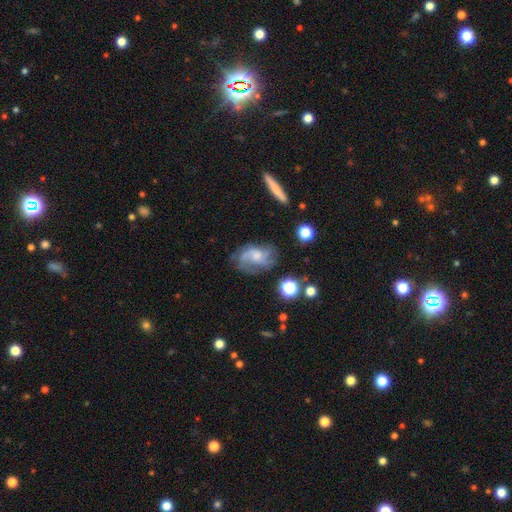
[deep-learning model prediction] Smooth or featured? featured or disk (68%)
Edge-on disk? no (96%)
Bar? no (69%)
Spiral arms? yes (83%)
Spiral winding? medium (43%)
Spiral arm count? can't tell (31%)
Bulge size? moderate (40%)
Merging? none (55%)